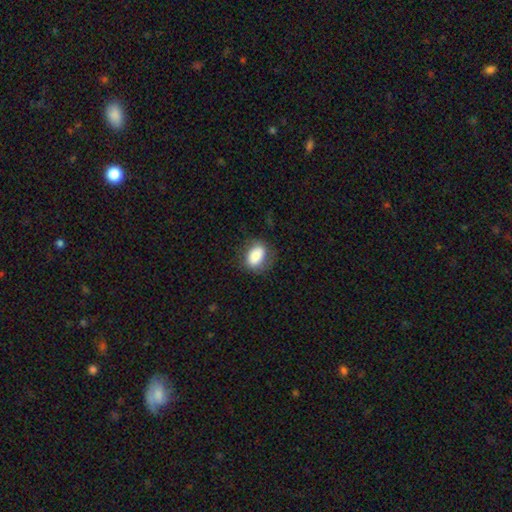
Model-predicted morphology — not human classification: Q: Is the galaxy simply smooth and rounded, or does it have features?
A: smooth — 82%.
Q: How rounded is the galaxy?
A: in between — 80%.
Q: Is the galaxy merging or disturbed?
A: none — 72%.